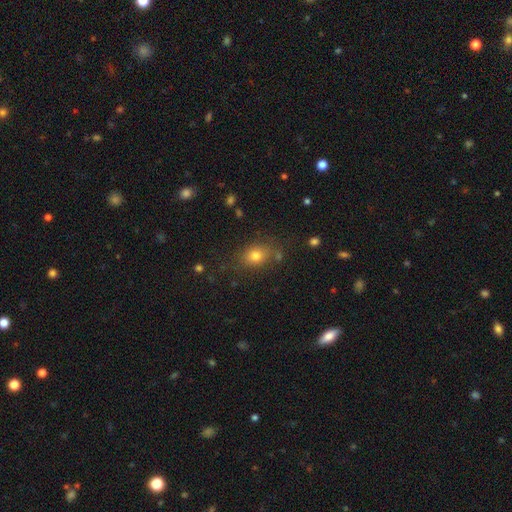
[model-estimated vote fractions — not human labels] Morphology: type=smooth (75%); roundness=in between (57%); merging=none (76%).